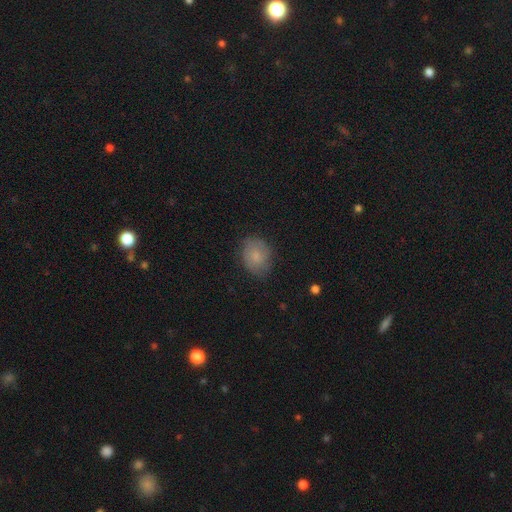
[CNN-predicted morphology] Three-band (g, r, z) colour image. It shows a smooth galaxy with no disk features (73%) that is in between round and cigar-shaped (52%). Merging: none (75%).